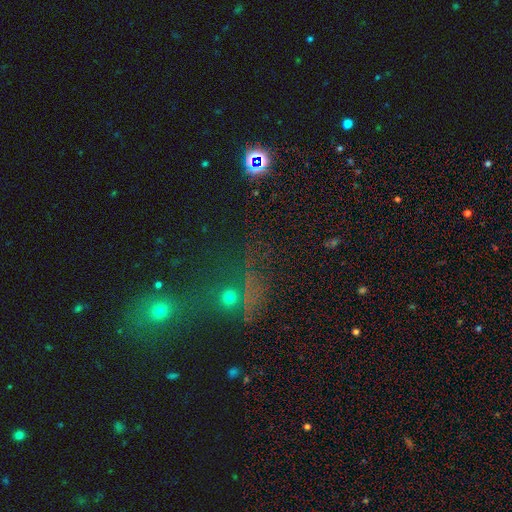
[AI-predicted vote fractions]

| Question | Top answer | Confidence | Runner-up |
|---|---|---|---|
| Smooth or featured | star or artifact | 56% | smooth (29%) |